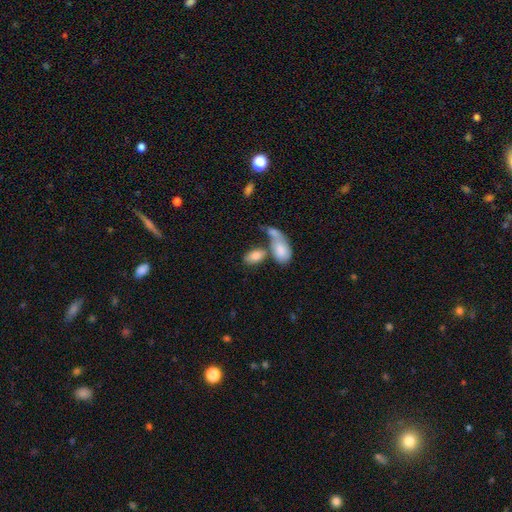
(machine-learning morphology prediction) smooth 82%, featured or disk 12%, star or artifact 7%. Down the decision tree: how rounded — in between (93%); merging — merger (46%).